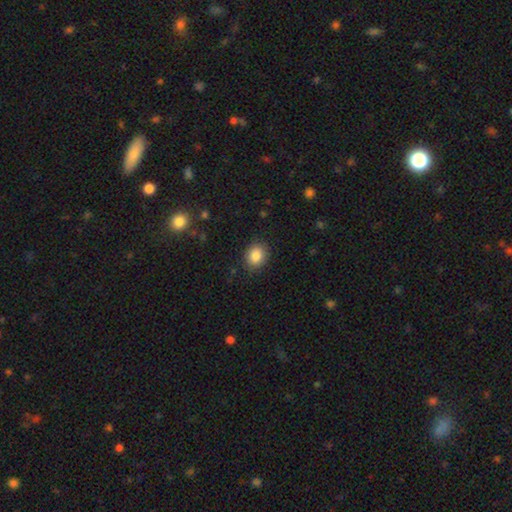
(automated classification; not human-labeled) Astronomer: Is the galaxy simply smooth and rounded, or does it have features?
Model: smooth — 86%.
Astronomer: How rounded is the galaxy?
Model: round — 53% (runner-up: in between, 46%).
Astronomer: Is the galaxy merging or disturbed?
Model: none — 87%.